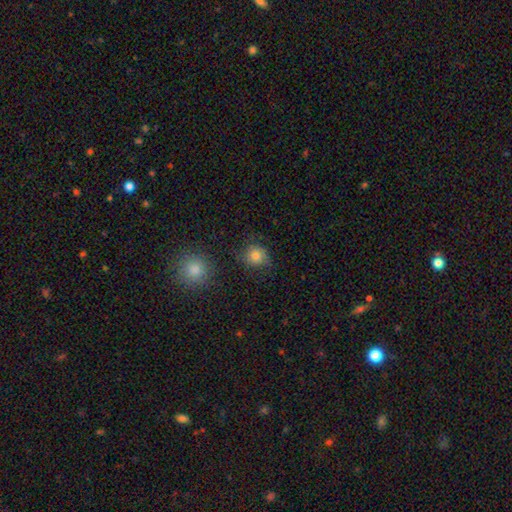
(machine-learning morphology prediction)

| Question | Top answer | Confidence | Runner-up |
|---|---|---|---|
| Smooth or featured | smooth | 77% | star or artifact (12%) |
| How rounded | round | 83% | in between (16%) |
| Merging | none | 67% | minor disturbance (22%) |